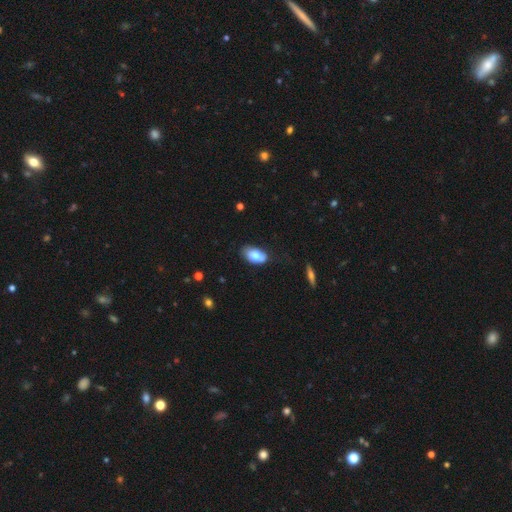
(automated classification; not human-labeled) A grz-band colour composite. It shows a smooth galaxy with no disk features (78%) that is in between round and cigar-shaped (93%). Merging: none (67%).